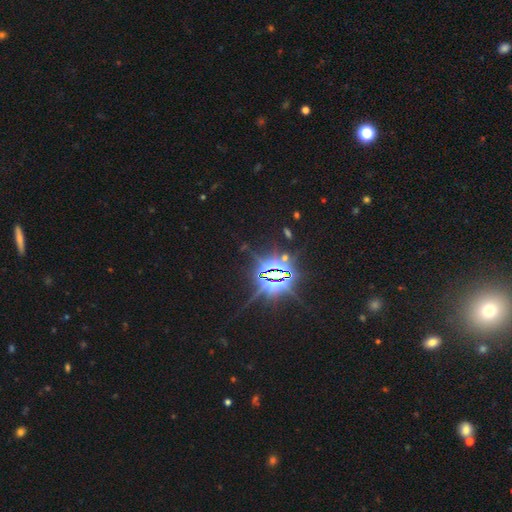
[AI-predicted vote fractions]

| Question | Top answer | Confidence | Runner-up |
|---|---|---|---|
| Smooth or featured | star or artifact | 86% | smooth (7%) |